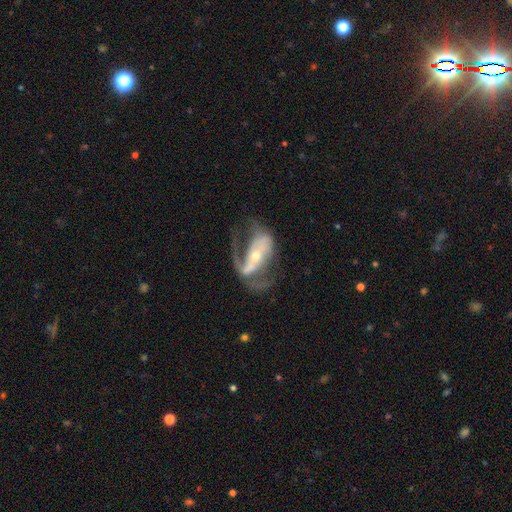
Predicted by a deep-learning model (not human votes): Overall: featured or disk (82%). Edge-on disk: no (94%). Bar: strong (45%; no 30%). Spiral arms: yes (83%). Spiral arm count: 2 (74%). Spiral winding: medium (43%; loose 40%). Bulge size: small (56%; moderate 39%). Merging: none (41%; major disturbance 36%).